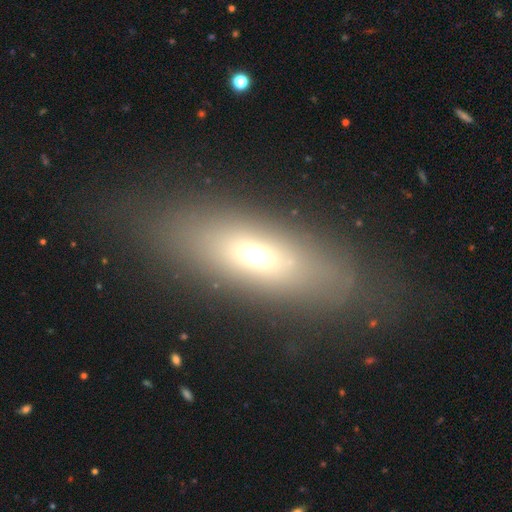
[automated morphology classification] type=smooth (60%); roundness=in between (63%); merging=none (75%).